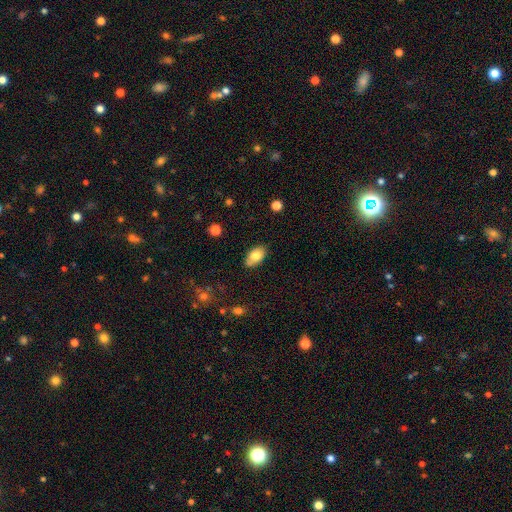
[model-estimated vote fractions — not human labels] Smooth or featured: smooth — 77% (featured or disk — 16%)
How rounded: in between — 92% (round — 6%)
Merging: none — 77% (minor disturbance — 17%)